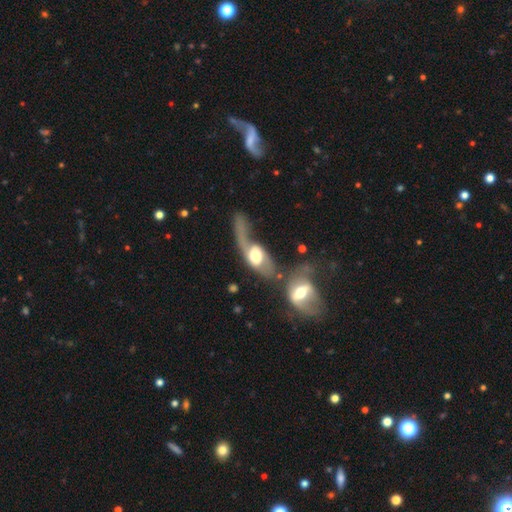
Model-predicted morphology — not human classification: Q: Smooth or featured?
A: featured or disk (63%); runner-up: smooth (31%)
Q: Edge-on disk?
A: no (85%); runner-up: yes (15%)
Q: Bar?
A: no (59%); runner-up: weak (29%)
Q: Spiral arms?
A: yes (70%); runner-up: no (30%)
Q: Bulge size?
A: moderate (48%); runner-up: large (40%)
Q: Merging?
A: merger (37%); runner-up: major disturbance (35%)